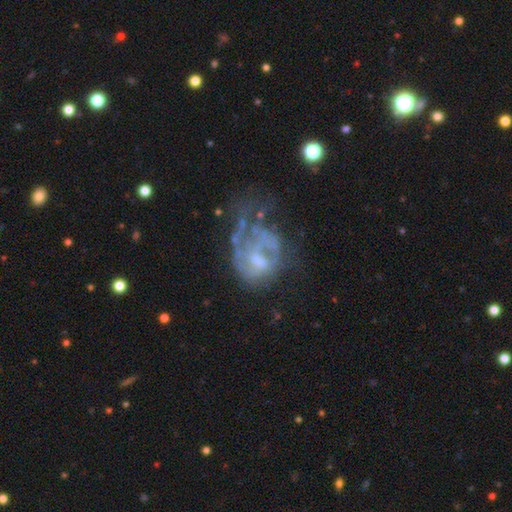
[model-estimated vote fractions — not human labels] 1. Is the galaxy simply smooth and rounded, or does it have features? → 70% featured or disk, 18% smooth, 12% star or artifact.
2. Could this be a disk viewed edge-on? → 98% no, 2% yes.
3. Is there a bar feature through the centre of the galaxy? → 67% no, 28% weak, 6% strong.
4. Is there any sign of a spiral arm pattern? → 57% yes, 43% no.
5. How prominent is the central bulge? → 33% moderate, 32% small, 30% none, 5% large, 1% dominant.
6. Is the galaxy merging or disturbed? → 44% major disturbance, 29% none, 20% minor disturbance, 7% merger.